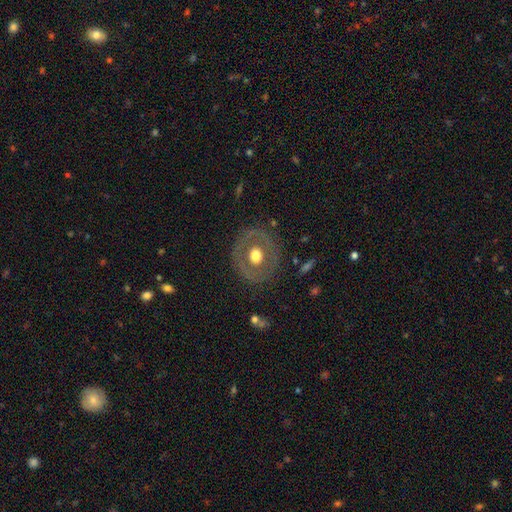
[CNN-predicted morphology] featured or disk 49%, smooth 44%, star or artifact 7%. Down the decision tree: merging — none (80%).